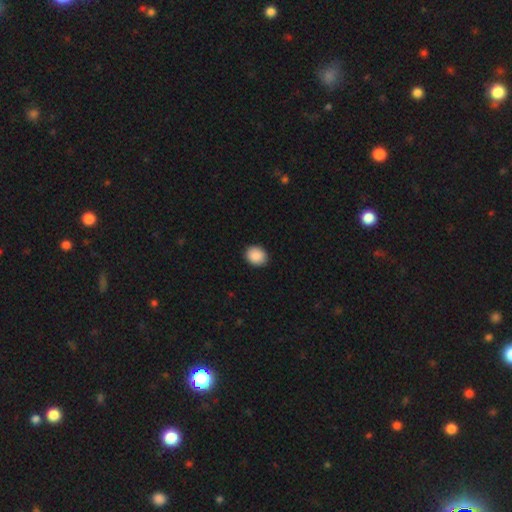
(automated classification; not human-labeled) Smooth or featured?
  - smooth: 90% *
  - star or artifact: 7%
  - featured or disk: 3%
How rounded?
  - round: 64% *
  - in between: 35%
  - cigar-shaped: 1%
Merging?
  - none: 90% *
  - minor disturbance: 8%
  - major disturbance: 2%
  - merger: 1%